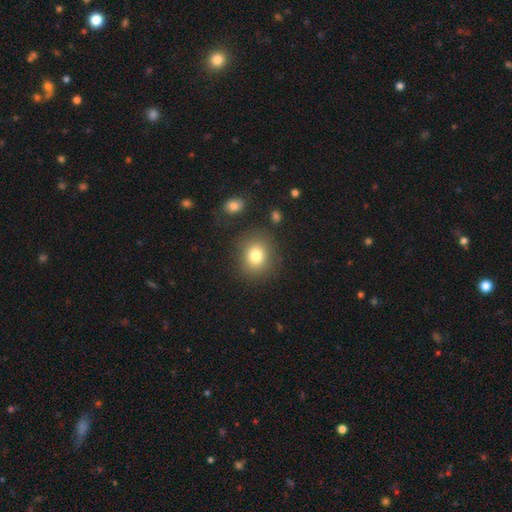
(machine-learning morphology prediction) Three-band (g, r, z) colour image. It shows a smooth galaxy with no disk features (78%) that is round (76%). Merging: none (83%).